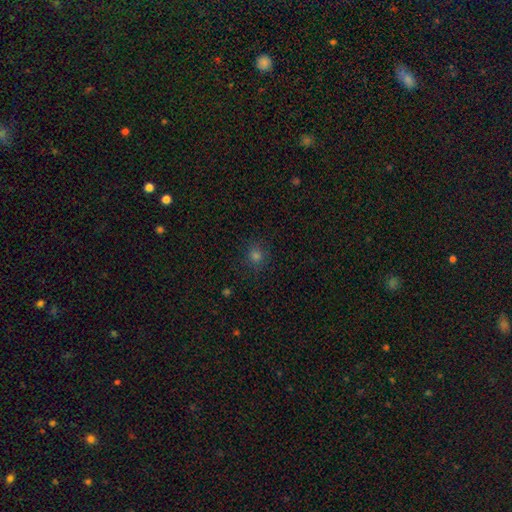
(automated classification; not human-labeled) The model was most divided on "smooth or featured": smooth: 72%, star or artifact: 22%, featured or disk: 6%. More confident: merging — none (88%); how rounded — round (87%).